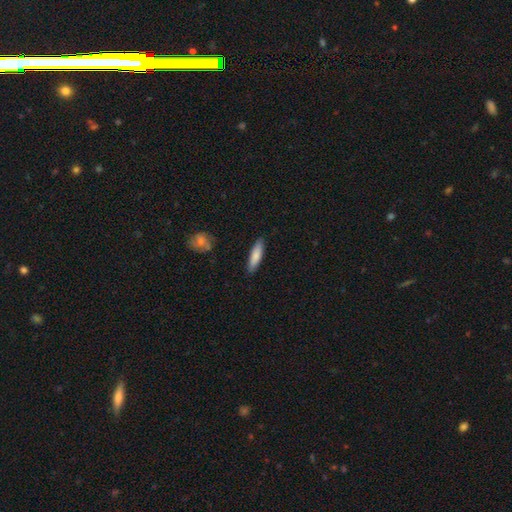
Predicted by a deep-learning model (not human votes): Q: Smooth or featured?
A: smooth (81%); runner-up: featured or disk (13%)
Q: How rounded?
A: cigar-shaped (69%); runner-up: in between (30%)
Q: Merging?
A: none (87%); runner-up: minor disturbance (10%)